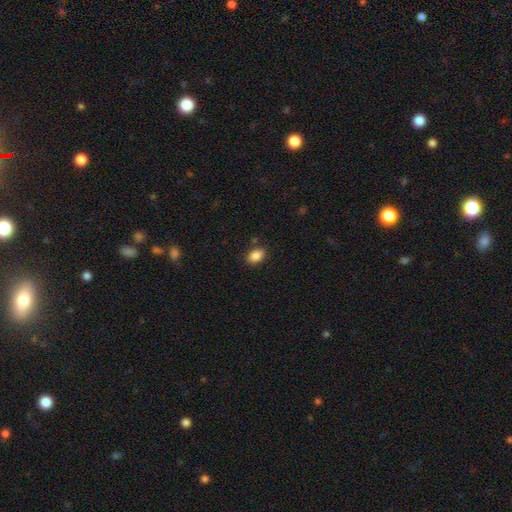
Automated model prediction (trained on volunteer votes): This is clearly a smooth galaxy (87%). How rounded: clearly in between (82%). Merging: clearly none (86%).